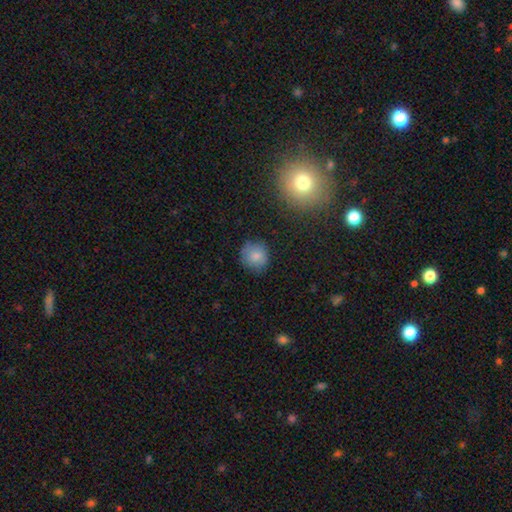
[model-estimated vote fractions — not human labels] Smooth or featured? smooth (82%)
How rounded? round (88%)
Merging? none (81%)